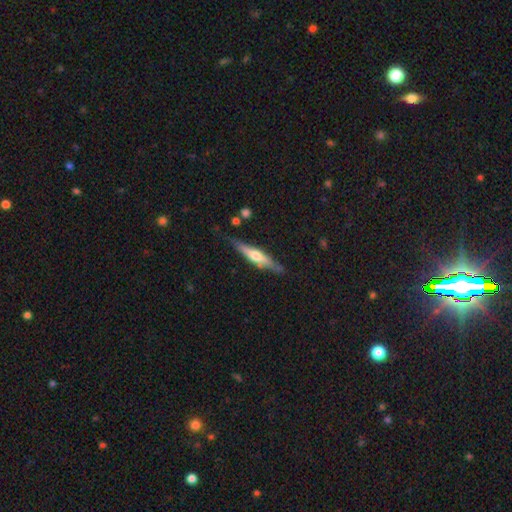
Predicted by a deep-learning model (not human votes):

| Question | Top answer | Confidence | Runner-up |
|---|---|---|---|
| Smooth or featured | featured or disk | 55% | smooth (39%) |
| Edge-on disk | yes | 91% | no (9%) |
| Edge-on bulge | rounded | 82% | boxy (10%) |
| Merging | none | 76% | minor disturbance (18%) |